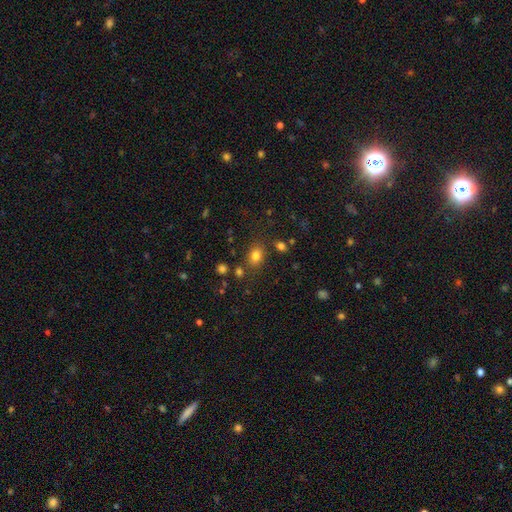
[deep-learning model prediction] Smooth or featured? smooth (79%)
How rounded? in between (60%)
Merging? none (76%)